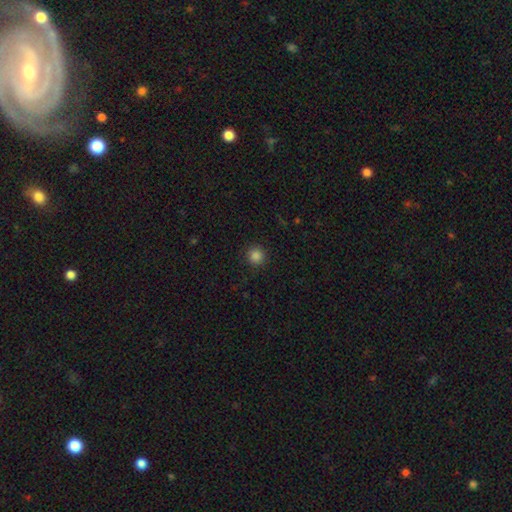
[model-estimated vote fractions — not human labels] Smooth or featured: smooth — 85% (star or artifact — 12%)
How rounded: round — 95% (in between — 4%)
Merging: none — 91% (minor disturbance — 5%)